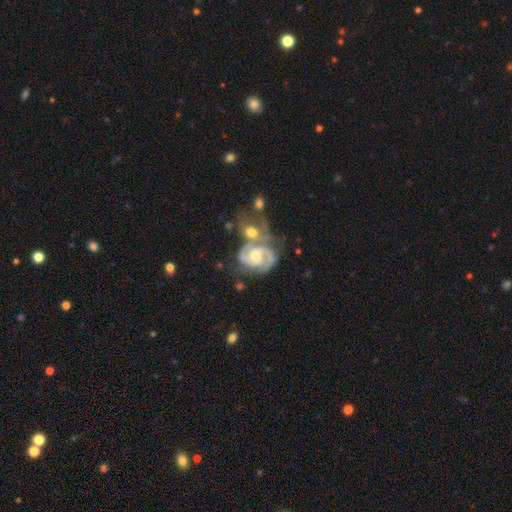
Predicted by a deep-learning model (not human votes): Morphology: type=featured or disk (90%); edge-on=no (98%); bar=no (52%); spiral arms=yes (98%); winding=tight (49%); arm count=2 (86%); bulge=moderate (58%); merging=merger (41%).